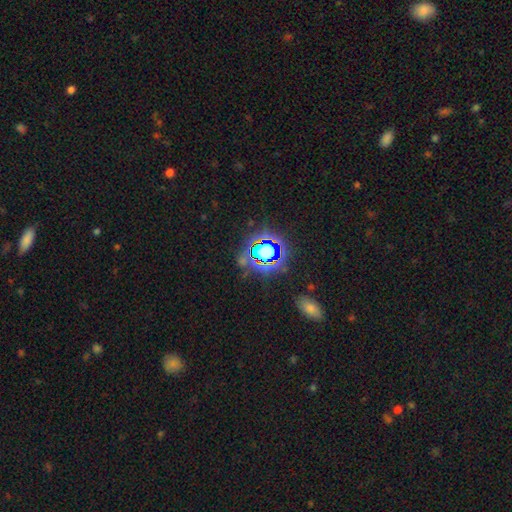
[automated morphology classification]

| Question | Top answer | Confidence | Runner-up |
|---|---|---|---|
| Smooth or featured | star or artifact | 77% | smooth (15%) |